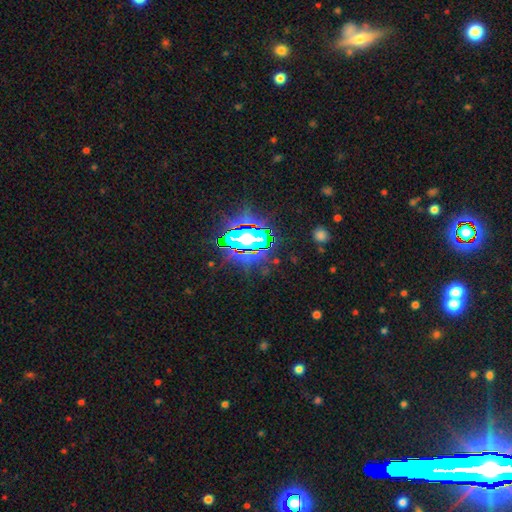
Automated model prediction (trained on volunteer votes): A star or artifact, not a galaxy (83%).

Vote fractions:
- Smooth or featured? star or artifact: 83% / smooth: 10% / featured or disk: 8%